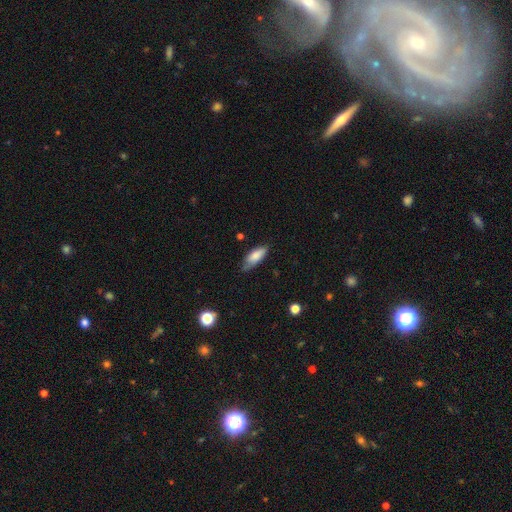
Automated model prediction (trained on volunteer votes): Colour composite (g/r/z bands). It shows a smooth galaxy with no disk features (81%) that is in between round and cigar-shaped (73%). Merging: none (62%).